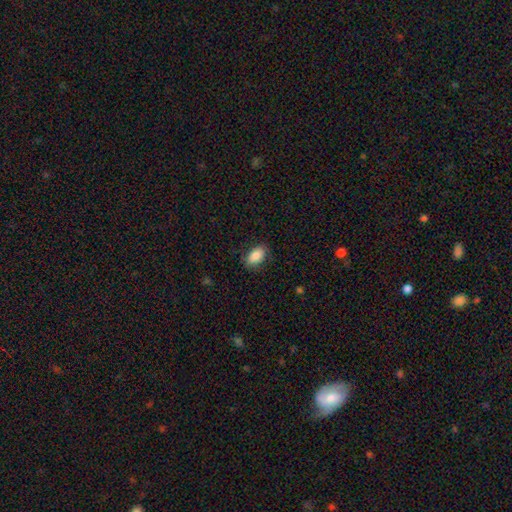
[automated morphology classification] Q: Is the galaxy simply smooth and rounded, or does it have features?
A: smooth — 85%.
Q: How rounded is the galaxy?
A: in between — 90%.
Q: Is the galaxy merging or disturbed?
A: none — 83%.